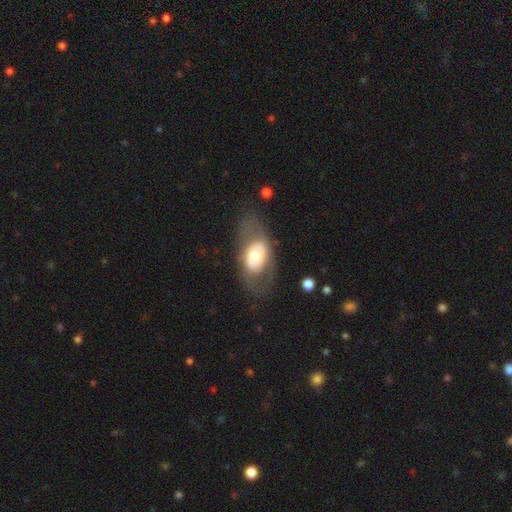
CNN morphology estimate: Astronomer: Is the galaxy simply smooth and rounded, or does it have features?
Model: featured or disk — 50% (runner-up: smooth, 44%).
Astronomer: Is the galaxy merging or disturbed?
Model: none — 69%.